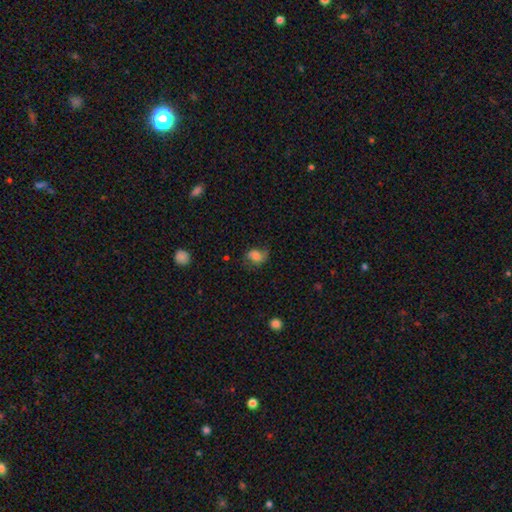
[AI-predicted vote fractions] The model was most divided on "how rounded": in between: 54%, round: 44%, cigar-shaped: 1%. More confident: smooth or featured — smooth (63%); merging — none (55%).